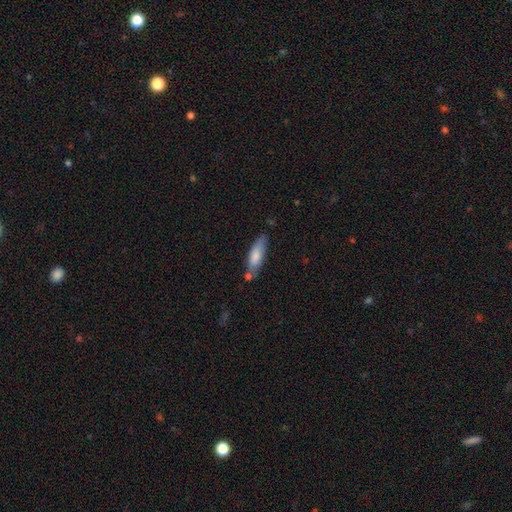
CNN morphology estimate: type=smooth (75%); roundness=cigar-shaped (52%); merging=none (63%).